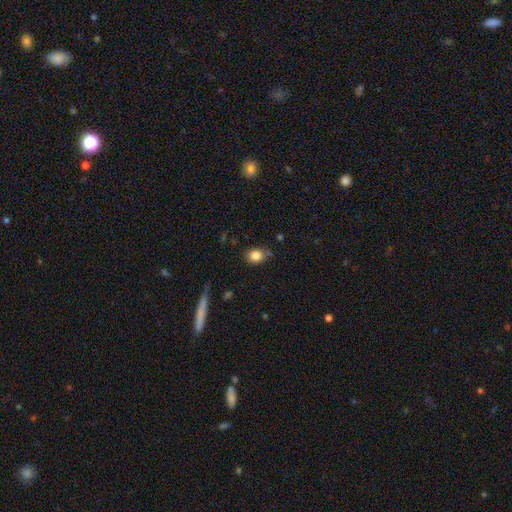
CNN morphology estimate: Overall: smooth (83%). How rounded: round (55%; in between 44%). Merging: none (70%).